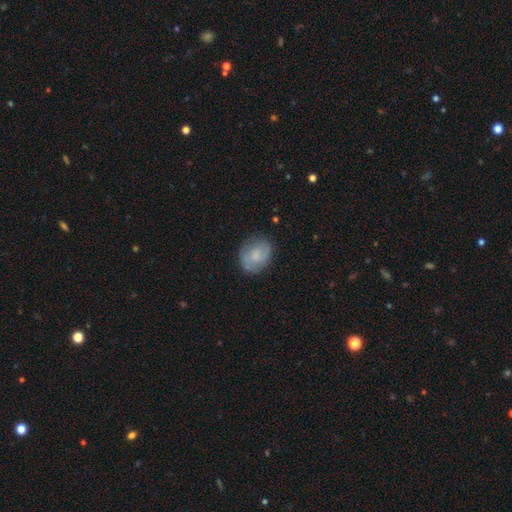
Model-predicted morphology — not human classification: The model was most divided on "how rounded": round: 51%, in between: 47%, cigar-shaped: 1%. More confident: merging — none (73%); smooth or featured — smooth (54%).